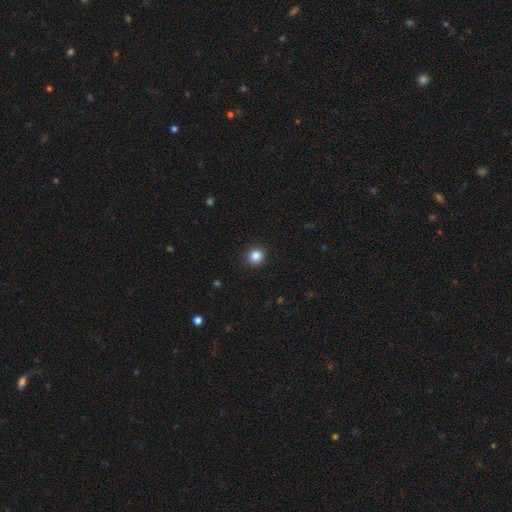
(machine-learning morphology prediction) smooth_or_featured: smooth (p=0.85) [alt: star or artifact p=0.11]
how_rounded: round (p=0.91) [alt: in between p=0.08]
merging: none (p=0.92) [alt: minor disturbance p=0.05]